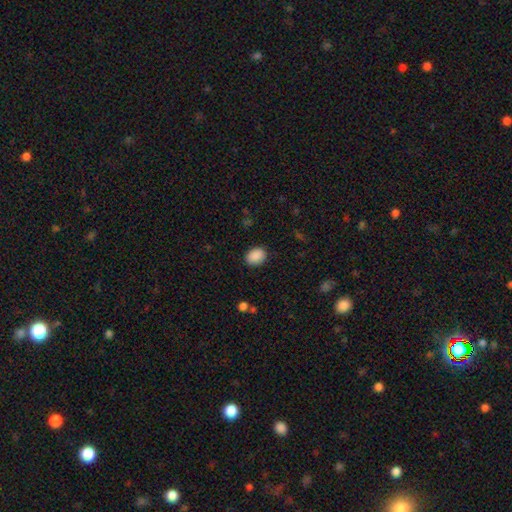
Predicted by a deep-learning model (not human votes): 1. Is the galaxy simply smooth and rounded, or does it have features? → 90% smooth, 7% star or artifact, 3% featured or disk.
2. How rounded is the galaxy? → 67% in between, 32% round, 1% cigar-shaped.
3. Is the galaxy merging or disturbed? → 88% none, 9% minor disturbance, 2% major disturbance, 1% merger.